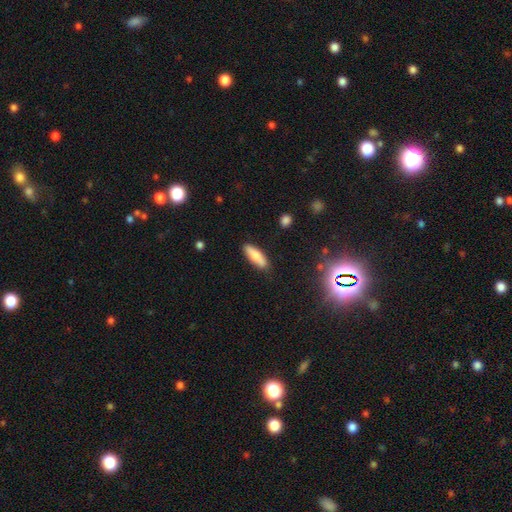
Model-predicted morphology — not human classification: A smooth galaxy with no disk features (76%) that is cigar-shaped (53%). Merging: none (86%).